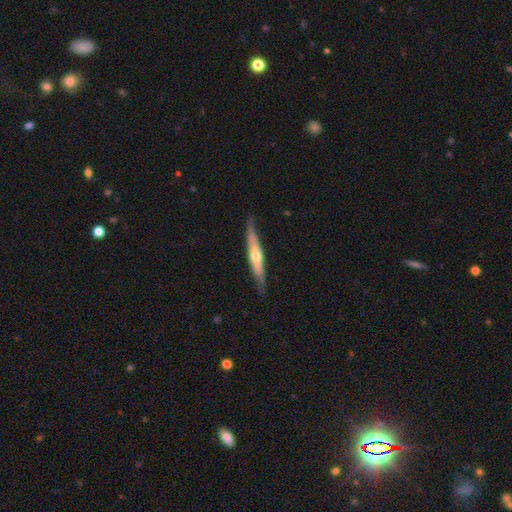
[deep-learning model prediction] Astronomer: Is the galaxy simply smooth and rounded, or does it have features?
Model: featured or disk — 57% (runner-up: smooth, 37%).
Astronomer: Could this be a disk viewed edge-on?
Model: yes — 91%.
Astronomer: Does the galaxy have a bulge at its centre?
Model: rounded — 75%.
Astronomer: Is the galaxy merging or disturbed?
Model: none — 82%.